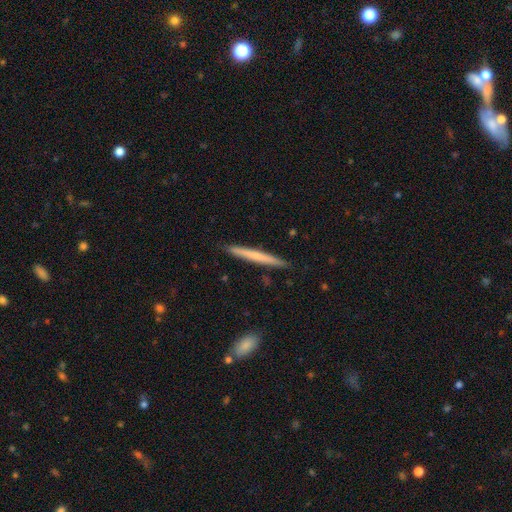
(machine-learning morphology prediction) Smooth or featured?
  - smooth: 58% *
  - featured or disk: 37%
  - star or artifact: 5%
How rounded?
  - cigar-shaped: 97% *
  - in between: 2%
  - round: 1%
Merging?
  - none: 91% *
  - minor disturbance: 7%
  - major disturbance: 1%
  - merger: 1%